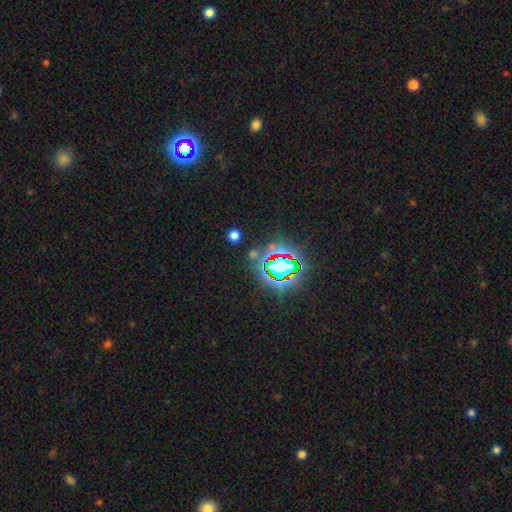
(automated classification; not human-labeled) The model was most divided on "smooth or featured": star or artifact: 75%, smooth: 16%, featured or disk: 9%.